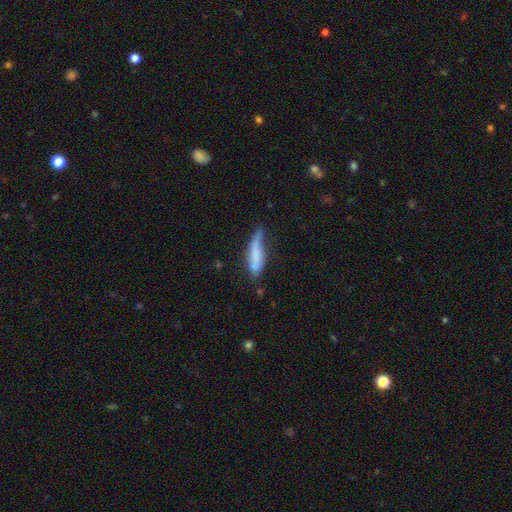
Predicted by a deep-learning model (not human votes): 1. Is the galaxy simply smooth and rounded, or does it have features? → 70% smooth, 22% featured or disk, 7% star or artifact.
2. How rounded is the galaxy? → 72% cigar-shaped, 26% in between, 2% round.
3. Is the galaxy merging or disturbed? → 41% none, 38% minor disturbance, 15% major disturbance, 5% merger.